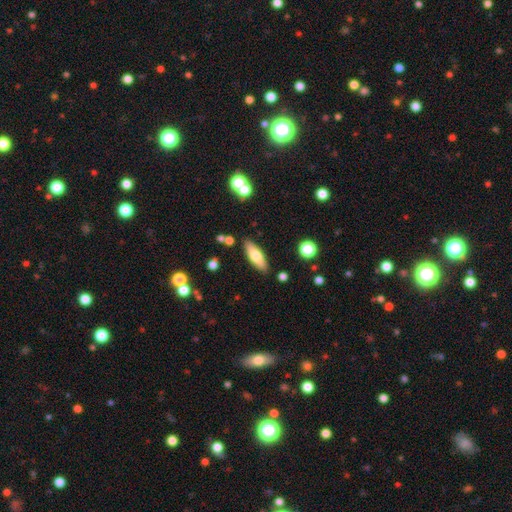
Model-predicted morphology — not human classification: This is likely a smooth galaxy (67%). How rounded: possibly in between (58%). Merging: clearly none (84%).